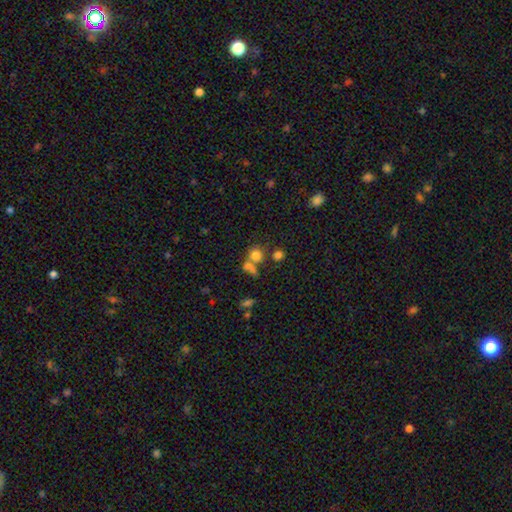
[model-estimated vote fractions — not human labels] This is likely a smooth galaxy (74%). How rounded: clearly round (83%). Merging: possibly none (47%).